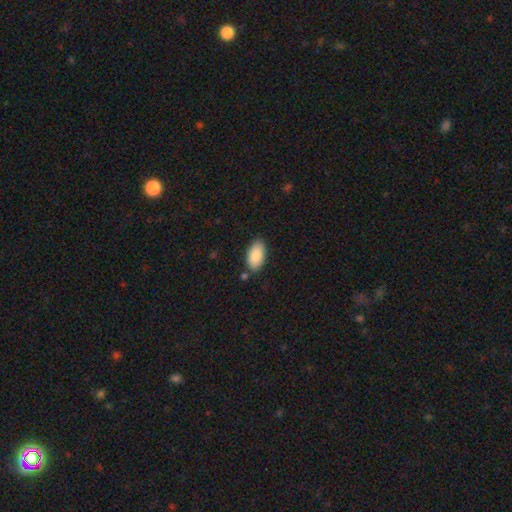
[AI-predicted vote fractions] smooth-or-featured: smooth: 88% | star or artifact: 6% | featured or disk: 6%
  how-rounded: in between: 95% | cigar-shaped: 3% | round: 2%
  merging: none: 82% | minor disturbance: 12% | merger: 4% | major disturbance: 3%